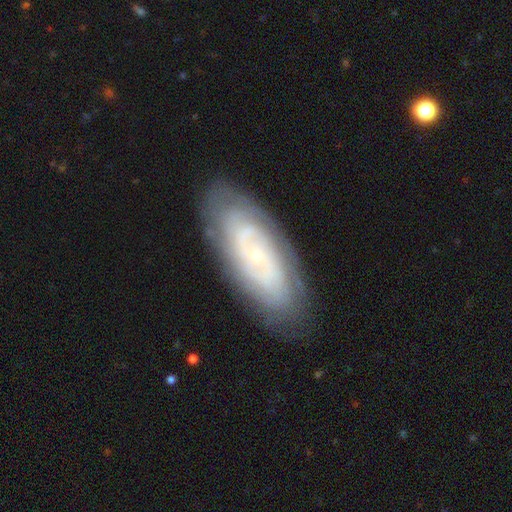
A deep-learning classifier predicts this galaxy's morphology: type=featured or disk (75%); edge-on=no (92%); bar=no (79%); spiral arms=yes (87%); winding=tight (76%); arm count=can't tell (54%); bulge=small (85%); merging=none (81%).